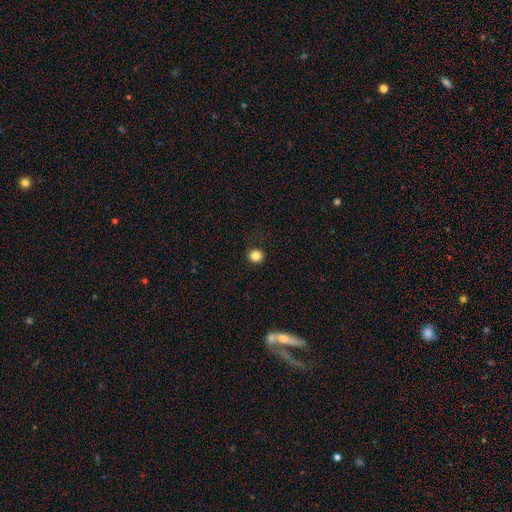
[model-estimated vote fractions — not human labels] The model was most divided on "smooth or featured": smooth: 84%, star or artifact: 12%, featured or disk: 4%. More confident: merging — none (91%); how rounded — round (87%).